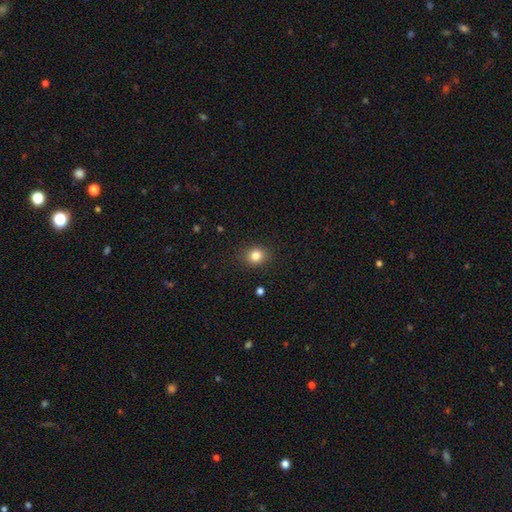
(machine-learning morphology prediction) The model was most divided on "how rounded": round: 77%, in between: 22%, cigar-shaped: 1%. More confident: merging — none (89%); smooth or featured — smooth (83%).